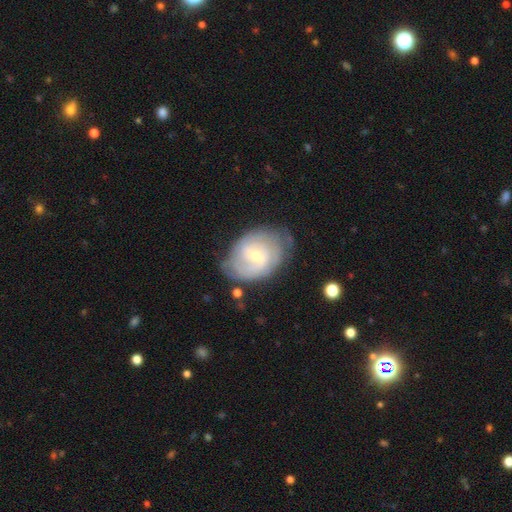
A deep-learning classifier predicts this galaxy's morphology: smooth_or_featured: featured or disk (p=0.75) [alt: smooth p=0.19]
disk_edge_on: no (p=0.97) [alt: yes p=0.03]
bar: weak (p=0.58) [alt: no p=0.29]
has_spiral_arms: yes (p=0.89) [alt: no p=0.11]
spiral_winding: tight (p=0.57) [alt: medium p=0.32]
spiral_arm_count: 2 (p=0.46) [alt: can't tell p=0.35]
bulge_size: small (p=0.55) [alt: moderate p=0.42]
merging: none (p=0.66) [alt: minor disturbance p=0.23]